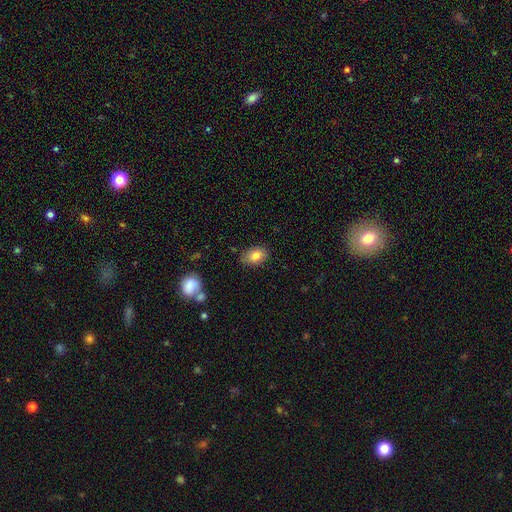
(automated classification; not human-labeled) Smooth or featured?
  - smooth: 81% *
  - featured or disk: 11%
  - star or artifact: 9%
How rounded?
  - in between: 82% *
  - round: 17%
  - cigar-shaped: 1%
Merging?
  - none: 81% *
  - minor disturbance: 14%
  - major disturbance: 3%
  - merger: 2%